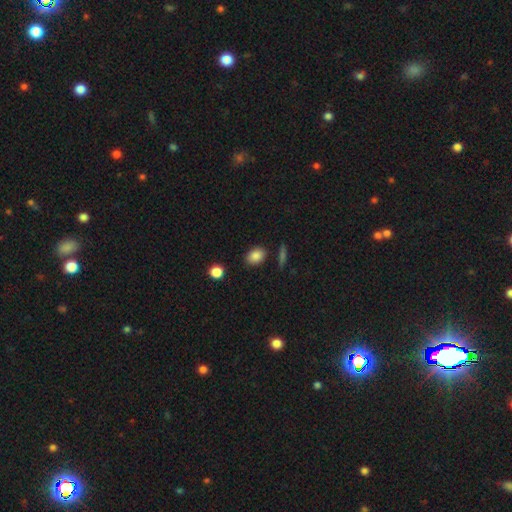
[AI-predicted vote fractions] smooth_or_featured: smooth (p=0.85) [alt: star or artifact p=0.09]
how_rounded: in between (p=0.71) [alt: round p=0.27]
merging: none (p=0.83) [alt: minor disturbance p=0.11]